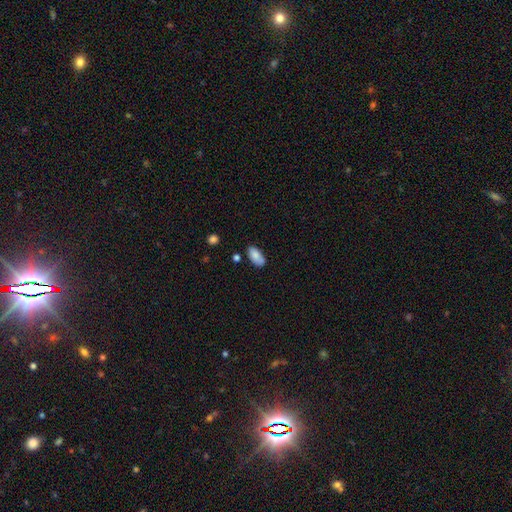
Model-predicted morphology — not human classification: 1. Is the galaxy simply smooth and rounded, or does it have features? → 83% smooth, 10% featured or disk, 7% star or artifact.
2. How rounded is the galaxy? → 93% in between, 5% cigar-shaped, 2% round.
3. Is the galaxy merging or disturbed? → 72% none, 20% minor disturbance, 5% merger, 4% major disturbance.